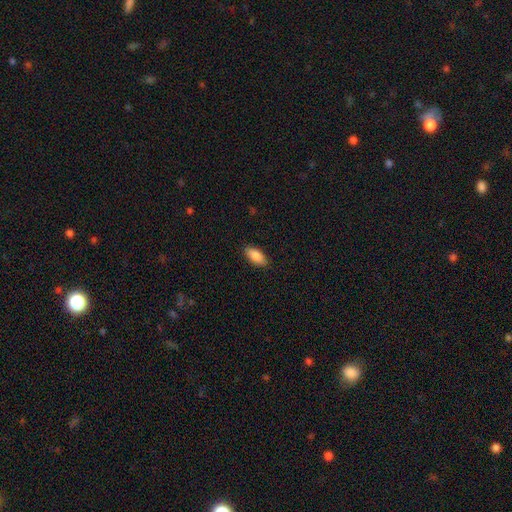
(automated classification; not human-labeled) smooth-or-featured: smooth: 88% | star or artifact: 6% | featured or disk: 6%
  how-rounded: in between: 86% | cigar-shaped: 12% | round: 2%
  merging: none: 89% | minor disturbance: 8% | major disturbance: 2% | merger: 1%